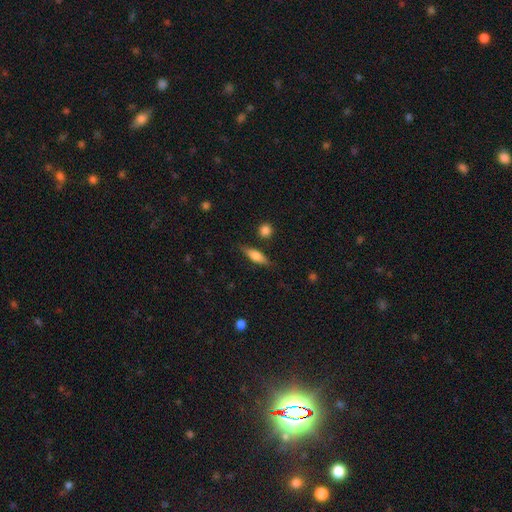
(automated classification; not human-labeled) Smooth or featured? Predicted: smooth (p=0.55). How rounded? Predicted: cigar-shaped (p=0.55). Merging? Predicted: none (p=0.81).